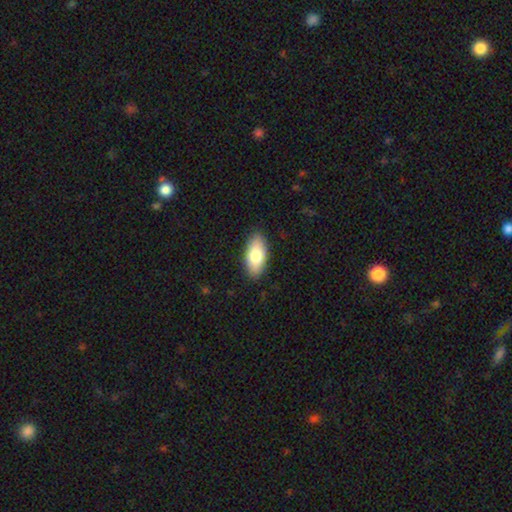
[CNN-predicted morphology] Smooth or featured? smooth (79%)
How rounded? in between (89%)
Merging? none (88%)